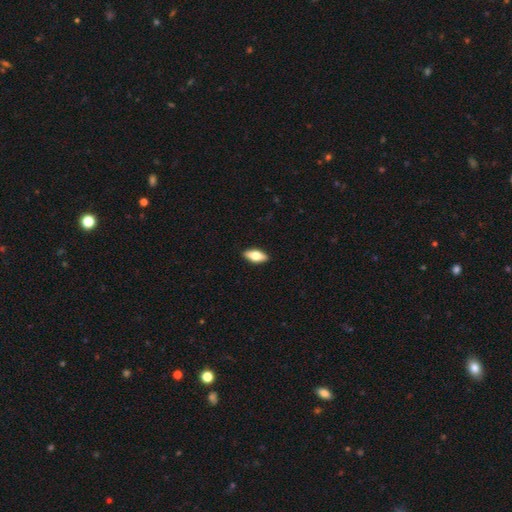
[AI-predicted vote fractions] The model was most divided on "smooth or featured": smooth: 66%, featured or disk: 28%, star or artifact: 6%. More confident: merging — none (90%); how rounded — in between (80%).